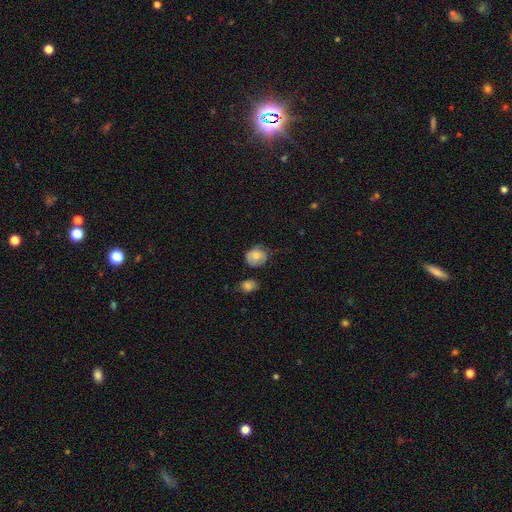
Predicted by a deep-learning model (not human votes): Smooth or featured? Predicted: smooth (p=0.74). How rounded? Predicted: round (p=0.65). Merging? Predicted: none (p=0.46).